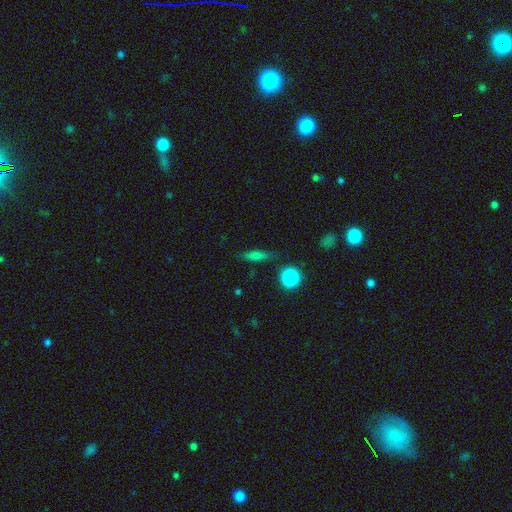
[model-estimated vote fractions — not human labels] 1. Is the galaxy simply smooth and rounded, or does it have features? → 61% smooth, 25% featured or disk, 15% star or artifact.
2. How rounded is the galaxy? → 62% cigar-shaped, 28% in between, 11% round.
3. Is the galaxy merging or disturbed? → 83% none, 12% minor disturbance, 3% major disturbance, 2% merger.